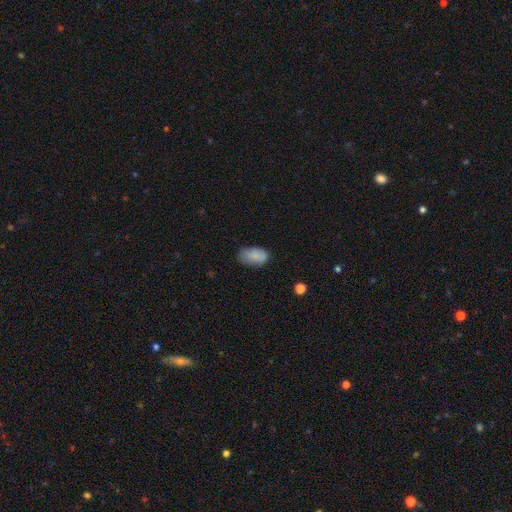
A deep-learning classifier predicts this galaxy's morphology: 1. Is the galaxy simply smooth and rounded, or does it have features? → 84% smooth, 9% featured or disk, 7% star or artifact.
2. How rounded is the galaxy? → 93% in between, 6% round, 2% cigar-shaped.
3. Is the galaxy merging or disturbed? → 68% none, 25% minor disturbance, 6% major disturbance, 2% merger.